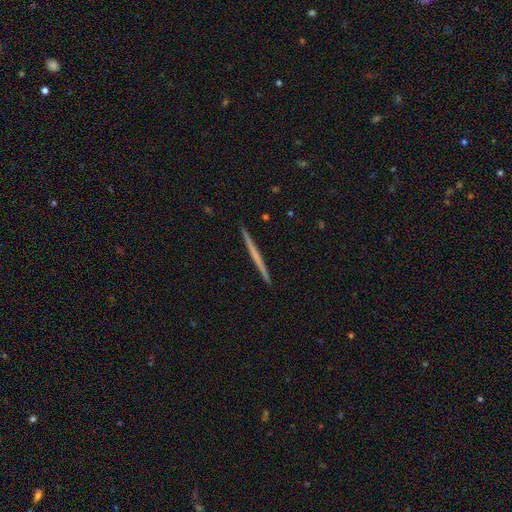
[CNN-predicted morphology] smooth_or_featured: featured or disk (p=0.56) [alt: smooth p=0.38]
disk_edge_on: yes (p=0.98) [alt: no p=0.02]
edge_on_bulge: none (p=0.86) [alt: rounded p=0.10]
merging: none (p=0.93) [alt: minor disturbance p=0.04]